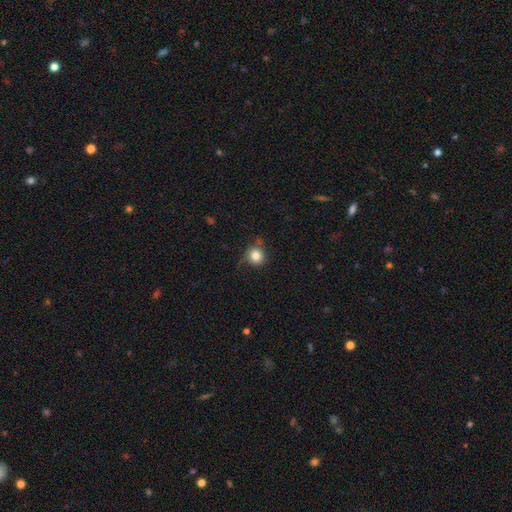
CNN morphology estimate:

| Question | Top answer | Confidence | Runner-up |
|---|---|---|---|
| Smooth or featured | smooth | 82% | star or artifact (11%) |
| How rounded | round | 89% | in between (10%) |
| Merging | none | 69% | minor disturbance (21%) |